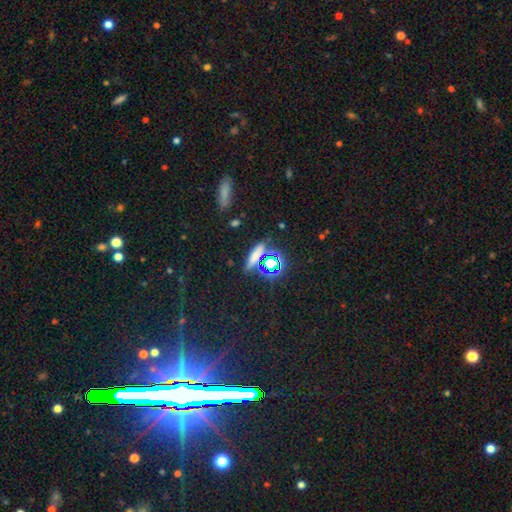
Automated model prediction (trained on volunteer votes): Smooth or featured? Predicted: smooth (p=0.52). How rounded? Predicted: cigar-shaped (p=0.56). Merging? Predicted: none (p=0.77).